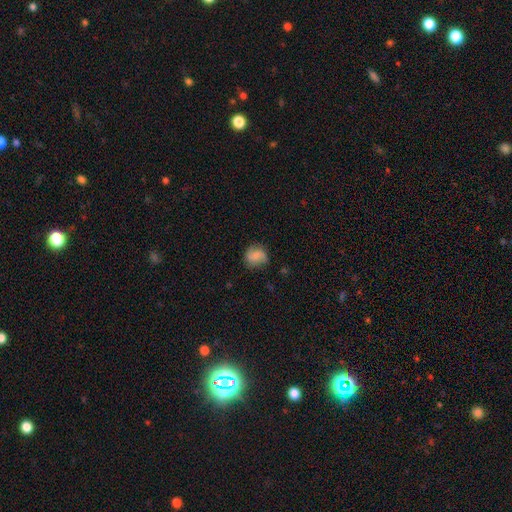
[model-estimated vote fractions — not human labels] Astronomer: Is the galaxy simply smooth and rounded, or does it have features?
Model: smooth — 67%.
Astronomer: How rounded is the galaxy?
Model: round — 74%.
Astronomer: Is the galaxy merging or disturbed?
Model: none — 69%.